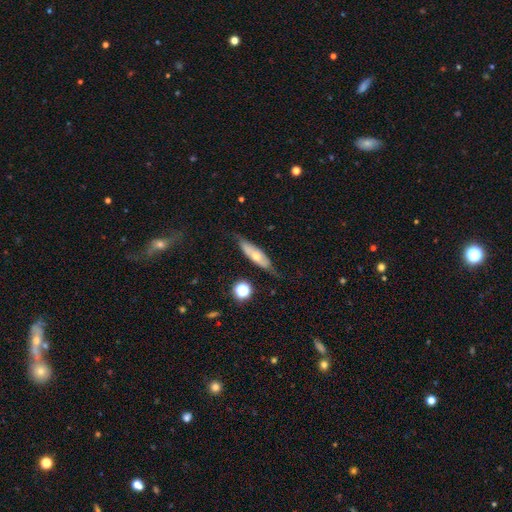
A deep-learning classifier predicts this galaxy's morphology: Smooth or featured? Predicted: featured or disk (p=0.52). Edge-on disk? Predicted: yes (p=0.53). Merging? Predicted: none (p=0.68).